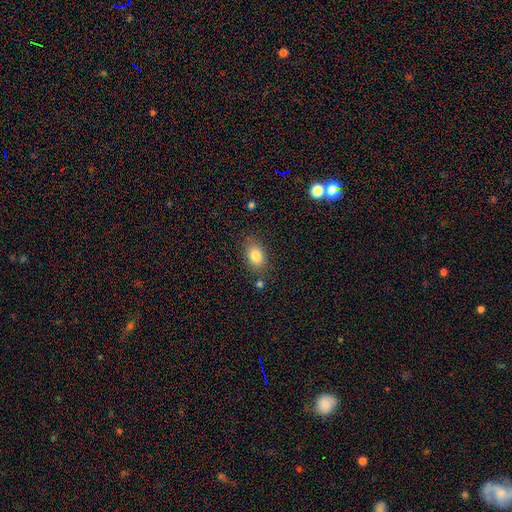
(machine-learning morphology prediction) type=smooth (83%); roundness=in between (80%); merging=none (78%).